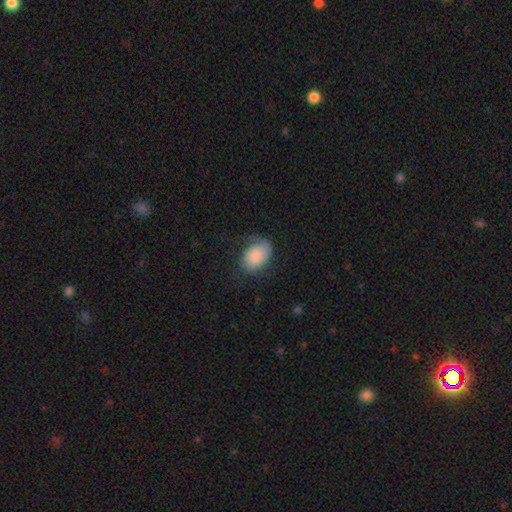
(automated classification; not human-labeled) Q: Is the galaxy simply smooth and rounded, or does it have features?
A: smooth — 68%.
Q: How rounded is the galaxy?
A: in between — 82%.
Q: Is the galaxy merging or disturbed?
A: none — 48%.